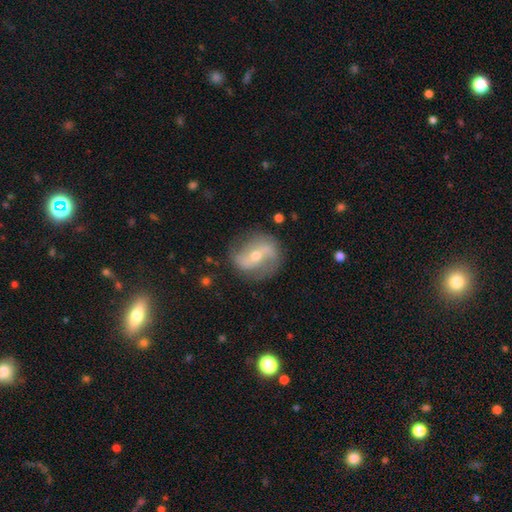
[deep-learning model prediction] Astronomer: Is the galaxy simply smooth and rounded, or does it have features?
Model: featured or disk — 82%.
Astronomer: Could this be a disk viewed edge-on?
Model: no — 96%.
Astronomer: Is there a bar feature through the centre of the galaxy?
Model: strong — 37% (runner-up: weak, 32%).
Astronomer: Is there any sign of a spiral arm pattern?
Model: yes — 91%.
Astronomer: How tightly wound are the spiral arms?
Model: loose — 53% (runner-up: medium, 33%).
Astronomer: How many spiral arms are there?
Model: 2 — 90%.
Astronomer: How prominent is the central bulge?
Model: small — 51% (runner-up: moderate, 46%).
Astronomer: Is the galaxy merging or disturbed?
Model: none — 81%.